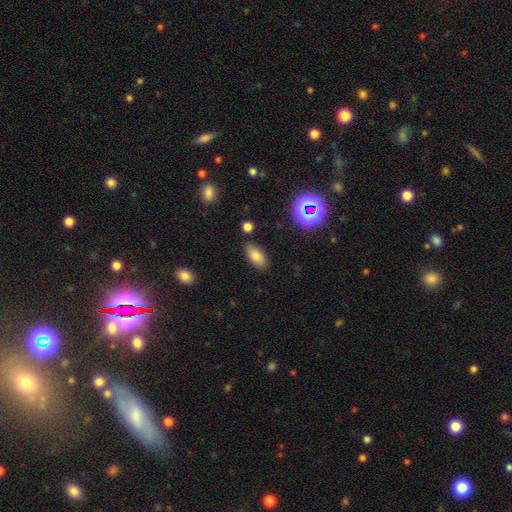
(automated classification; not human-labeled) A smooth galaxy with no disk features (77%) that is in between round and cigar-shaped (91%).

Vote fractions:
- Smooth or featured? smooth: 77% / featured or disk: 11% / star or artifact: 11%
- How rounded? in between: 91% / cigar-shaped: 5% / round: 4%
- Merging? none: 84% / minor disturbance: 11% / merger: 3% / major disturbance: 3%